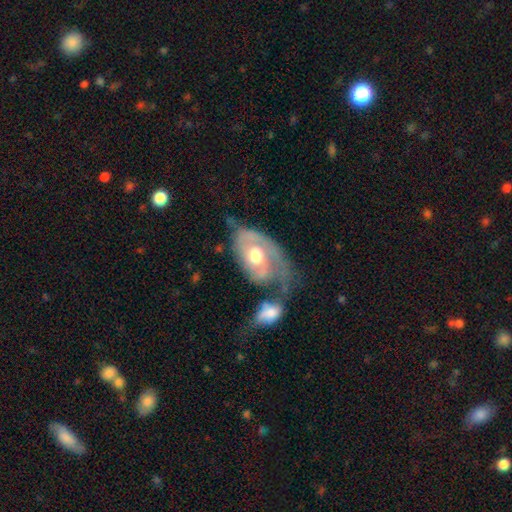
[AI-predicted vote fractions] This appears to be a featured or disk galaxy (67%) with no bar (77%), spiral arms (70%) and a moderate central bulge (73%). Merging: major disturbance (27%).